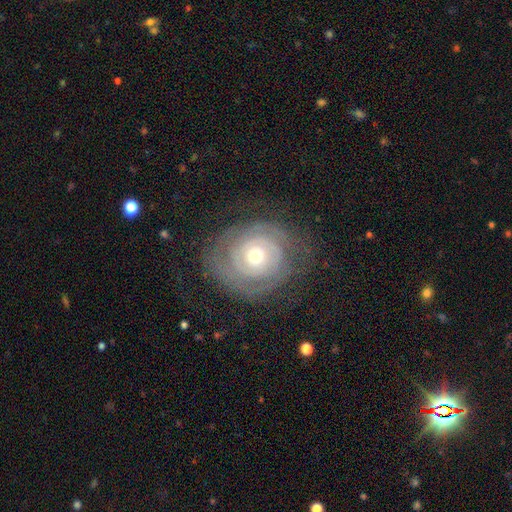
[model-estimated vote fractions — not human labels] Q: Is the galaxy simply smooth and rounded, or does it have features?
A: featured or disk — 82%.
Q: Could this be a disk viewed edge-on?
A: no — 97%.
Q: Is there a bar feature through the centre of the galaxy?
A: no — 79%.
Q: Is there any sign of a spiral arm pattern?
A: yes — 92%.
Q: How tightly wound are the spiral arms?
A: tight — 82%.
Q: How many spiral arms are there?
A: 2 — 41%.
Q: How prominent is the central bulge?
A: moderate — 53%.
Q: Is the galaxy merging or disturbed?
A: none — 76%.